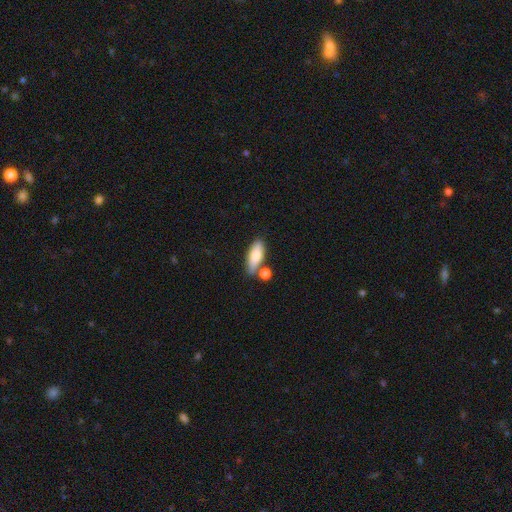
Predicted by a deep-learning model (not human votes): smooth_or_featured: smooth (p=0.79) [alt: featured or disk p=0.15]
how_rounded: in between (p=0.72) [alt: cigar-shaped p=0.24]
merging: none (p=0.62) [alt: merger p=0.18]